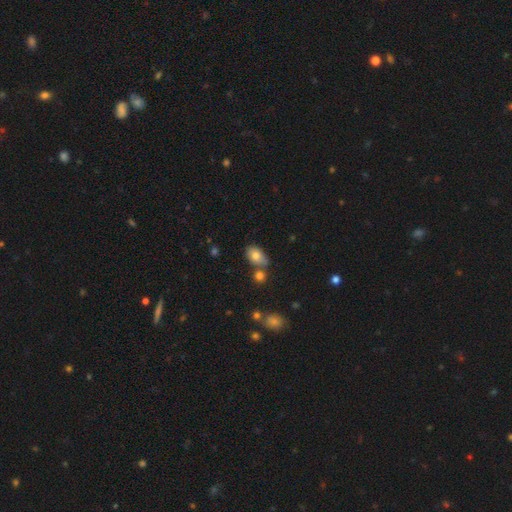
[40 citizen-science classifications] Volunteers were most divided on "merging": minor disturbance: 49%, none: 40%, major disturbance: 9%, merger: 3%. More confident: smooth or featured — smooth (82%); how rounded — in between (73%).